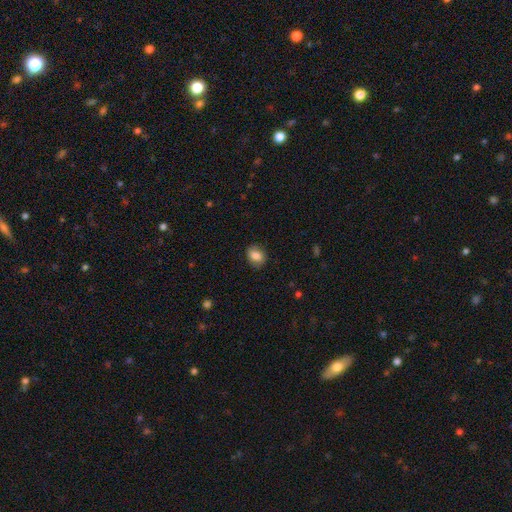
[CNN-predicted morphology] This appears to be a smooth galaxy with no disk features (83%) that is in between round and cigar-shaped (58%). Merging: none (82%).